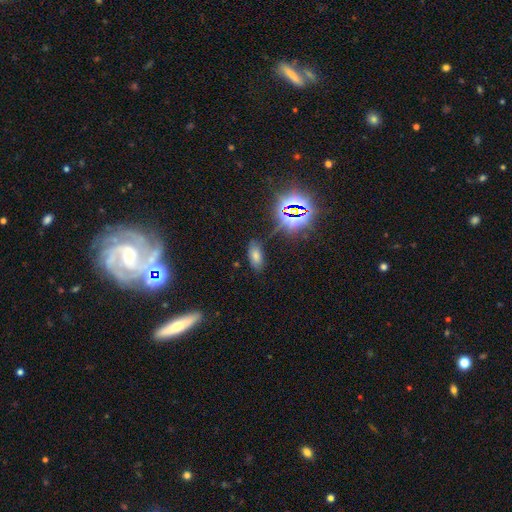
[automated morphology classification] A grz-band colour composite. It shows a smooth galaxy with no disk features (65%) that is in between round and cigar-shaped (90%). Merging: none (79%).